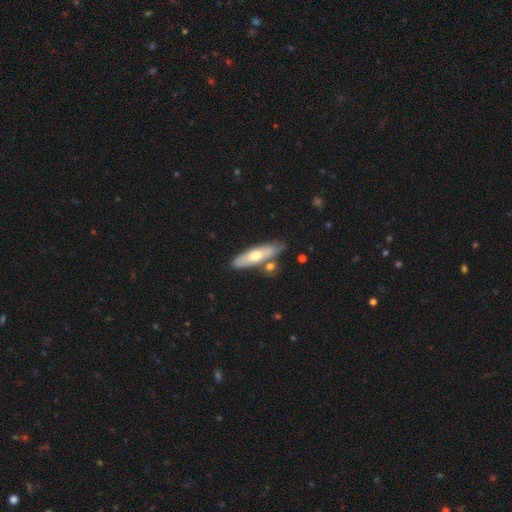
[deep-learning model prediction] smooth 54%, featured or disk 41%, star or artifact 5%. Down the decision tree: how rounded — cigar-shaped (60%); merging — none (71%).